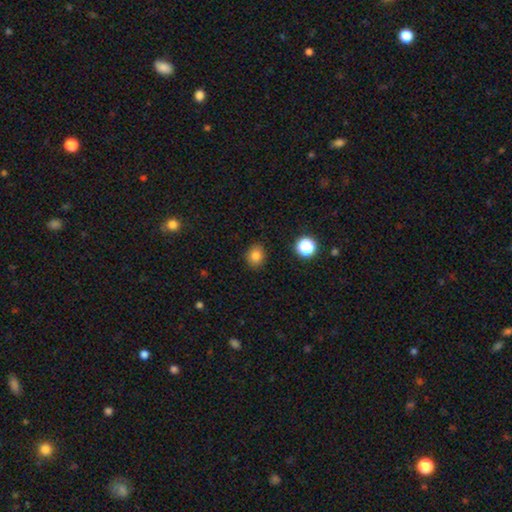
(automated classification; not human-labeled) Smooth or featured?
  - smooth: 81% *
  - star or artifact: 13%
  - featured or disk: 6%
How rounded?
  - round: 66% *
  - in between: 34%
  - cigar-shaped: 1%
Merging?
  - none: 88% *
  - minor disturbance: 8%
  - major disturbance: 2%
  - merger: 1%